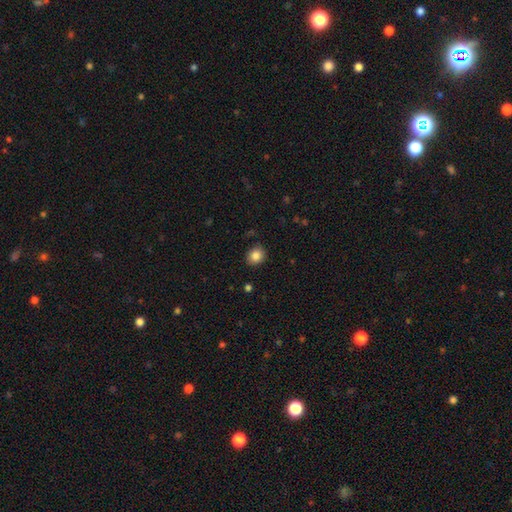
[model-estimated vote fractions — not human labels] A smooth galaxy with no disk features (85%) that is round (68%). Merging: none (87%).